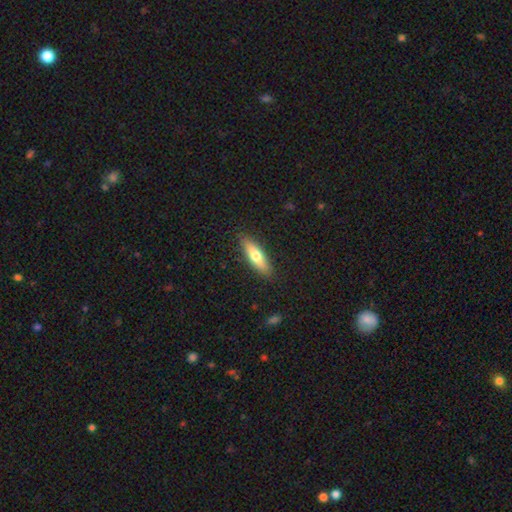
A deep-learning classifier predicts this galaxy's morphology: The model was most divided on "how rounded": cigar-shaped: 57%, in between: 41%, round: 2%. More confident: merging — none (88%); smooth or featured — smooth (65%).